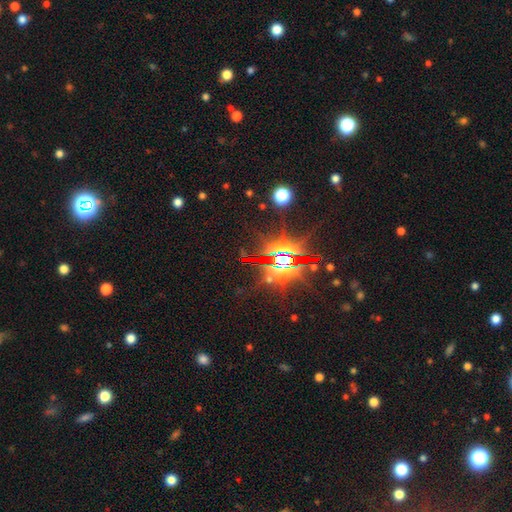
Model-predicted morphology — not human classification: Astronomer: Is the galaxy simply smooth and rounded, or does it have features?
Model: star or artifact — 84%.